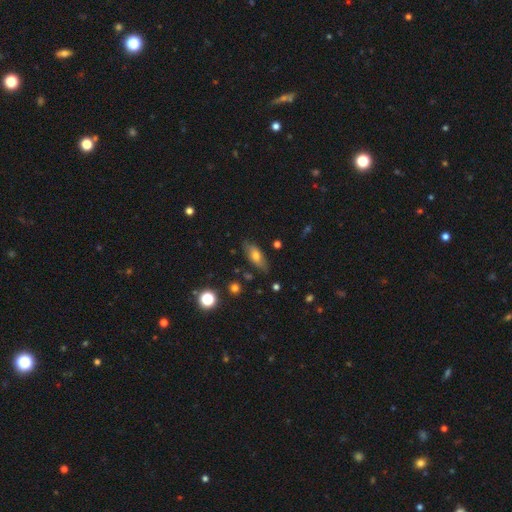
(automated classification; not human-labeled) smooth-or-featured: smooth: 57% | featured or disk: 33% | star or artifact: 9%
  how-rounded: in between: 74% | cigar-shaped: 21% | round: 4%
  merging: none: 76% | minor disturbance: 18% | major disturbance: 4% | merger: 2%